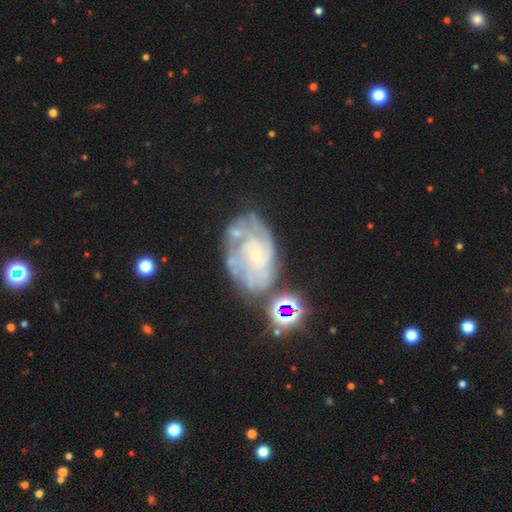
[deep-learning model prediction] Overall: featured or disk (77%). Edge-on disk: no (96%). Bar: no (78%). Spiral arms: yes (83%). Spiral arm count: can't tell (50%; 2 16%). Spiral winding: tight (64%; medium 27%). Bulge size: small (79%). Merging: none (53%; minor disturbance 23%).